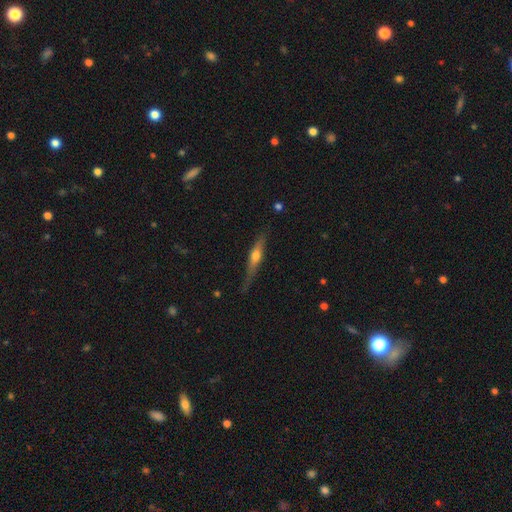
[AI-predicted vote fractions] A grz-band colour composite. It shows a featured or disk galaxy (58%) viewed edge-on (94%) with a rounded central bulge (89%). Merging: none (67%).